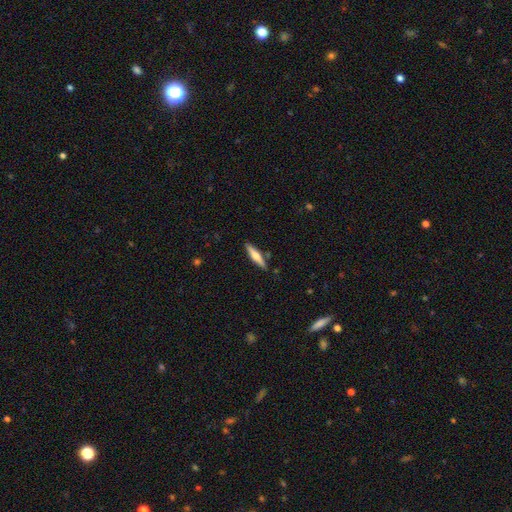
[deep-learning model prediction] Smooth or featured? Predicted: featured or disk (p=0.49). Merging? Predicted: none (p=0.87).